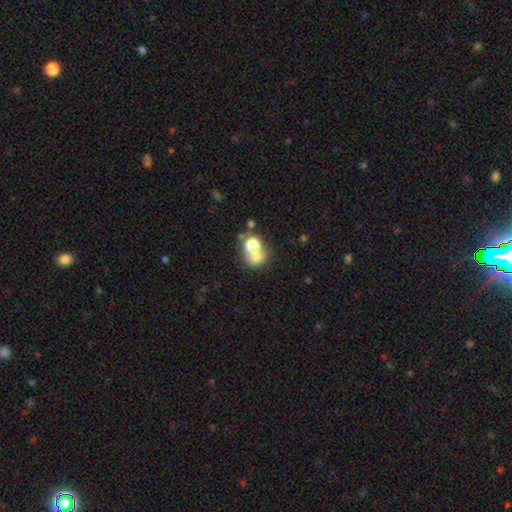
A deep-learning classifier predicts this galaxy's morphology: Smooth or featured? Predicted: smooth (p=0.68). How rounded? Predicted: round (p=0.75). Merging? Predicted: merger (p=0.46).